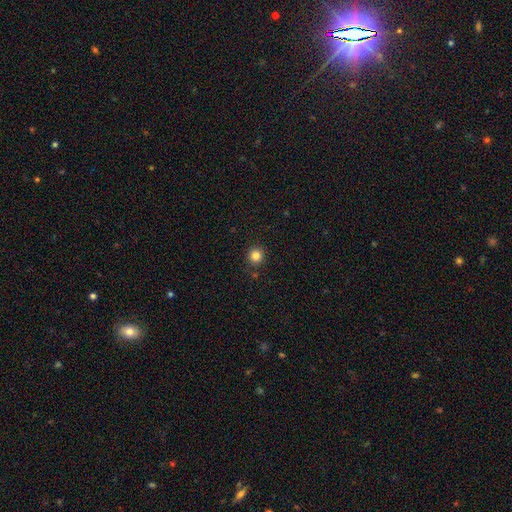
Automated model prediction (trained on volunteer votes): Overall: smooth (83%). How rounded: round (93%). Merging: none (89%).